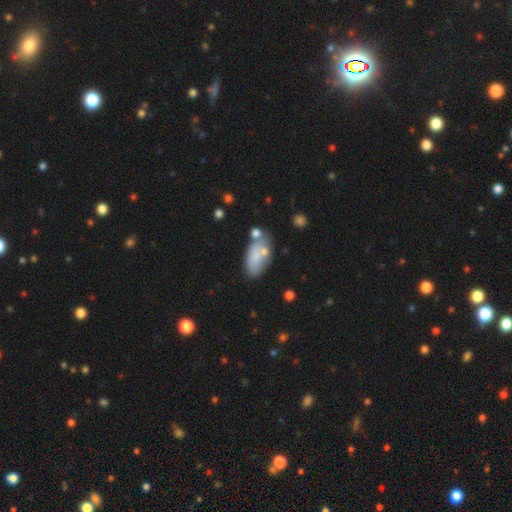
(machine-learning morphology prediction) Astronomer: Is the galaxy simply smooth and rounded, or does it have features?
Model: smooth — 71%.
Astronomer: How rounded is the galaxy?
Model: in between — 92%.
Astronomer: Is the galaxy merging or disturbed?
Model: none — 52%.